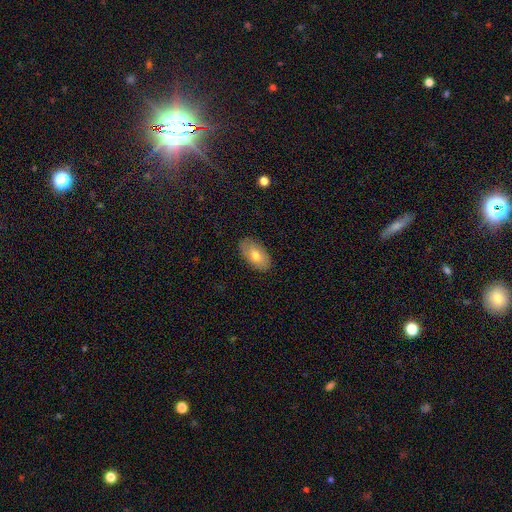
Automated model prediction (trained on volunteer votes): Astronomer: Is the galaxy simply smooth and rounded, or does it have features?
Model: smooth — 69%.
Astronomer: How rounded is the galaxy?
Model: in between — 94%.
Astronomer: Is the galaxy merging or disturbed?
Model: none — 86%.